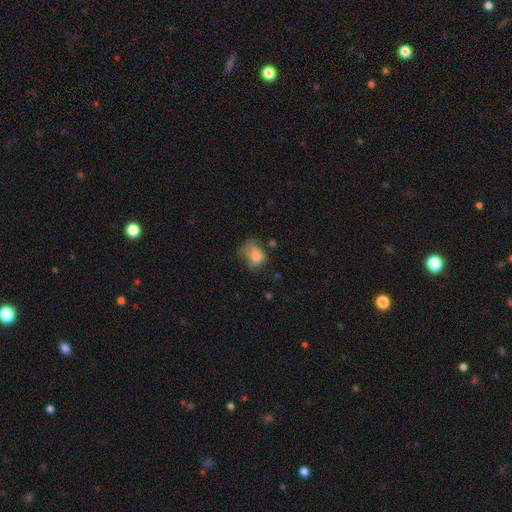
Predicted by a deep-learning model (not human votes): Smooth or featured: smooth — 72% (featured or disk — 17%)
How rounded: in between — 62% (round — 37%)
Merging: major disturbance — 33% (minor disturbance — 31%)